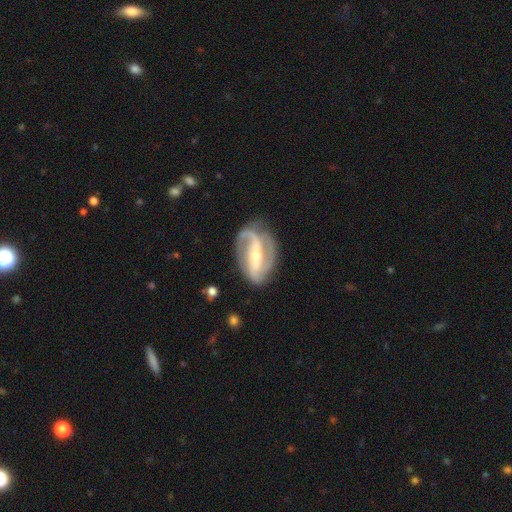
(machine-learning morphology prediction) A featured or disk galaxy (88%) with a strong bar (61%), 2 (84%) medium (42%) spiral arms (94%) and a small central bulge (54%). Merging: none (74%).